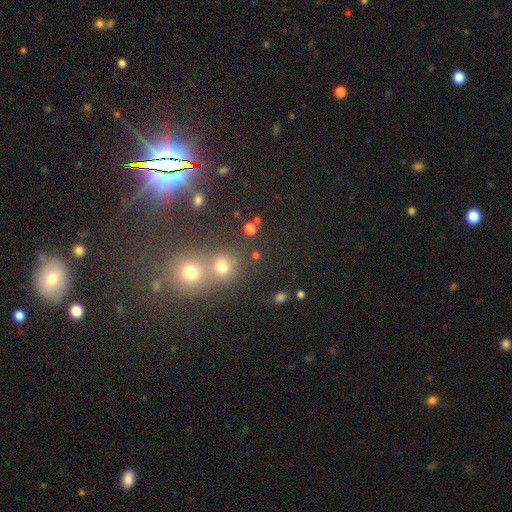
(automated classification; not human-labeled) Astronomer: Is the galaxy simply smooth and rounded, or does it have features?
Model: smooth — 51% (runner-up: star or artifact, 40%).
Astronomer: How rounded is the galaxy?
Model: round — 82%.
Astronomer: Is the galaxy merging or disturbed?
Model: none — 56% (runner-up: merger, 34%).